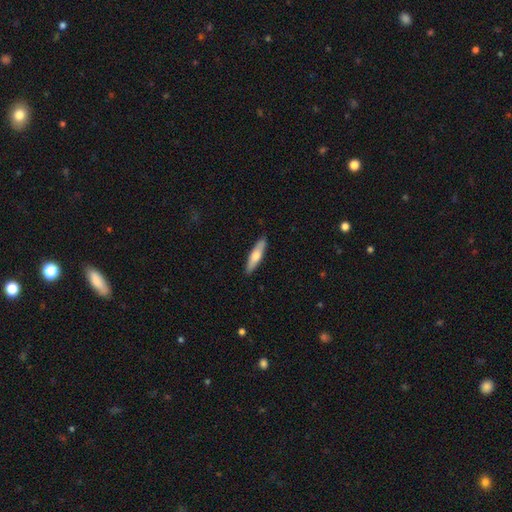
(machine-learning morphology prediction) Q: Smooth or featured?
A: smooth (62%); runner-up: featured or disk (32%)
Q: How rounded?
A: cigar-shaped (75%); runner-up: in between (24%)
Q: Merging?
A: none (89%); runner-up: minor disturbance (9%)